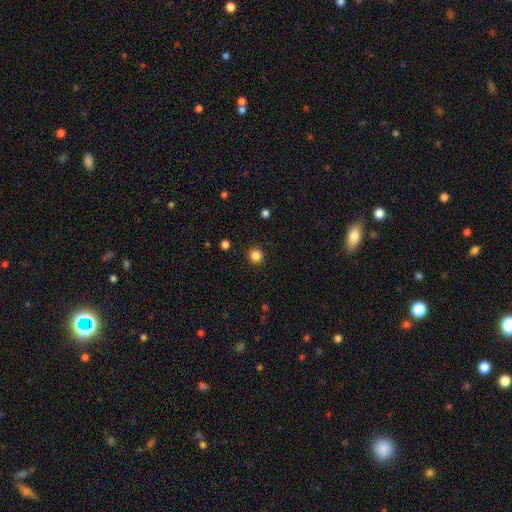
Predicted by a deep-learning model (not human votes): Morphology: type=smooth (85%); roundness=round (94%); merging=none (91%).